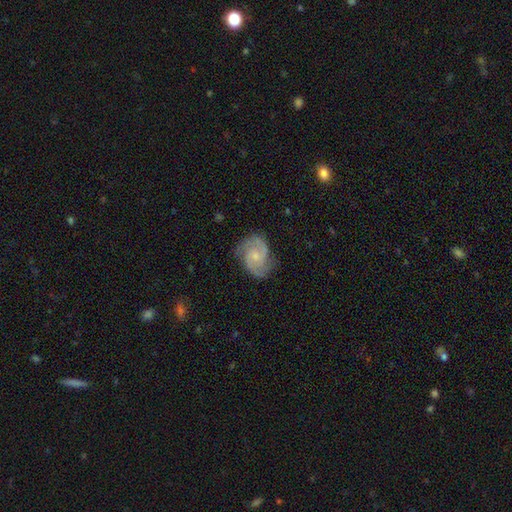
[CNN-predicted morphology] Smooth or featured: featured or disk — 83% (smooth — 11%)
Edge-on disk: no — 98% (yes — 2%)
Bar: no — 65% (weak — 31%)
Spiral arms: yes — 97% (no — 3%)
Spiral winding: medium — 49% (tight — 39%)
Spiral arm count: 2 — 71% (3 — 14%)
Bulge size: small — 61% (moderate — 31%)
Merging: none — 74% (minor disturbance — 19%)